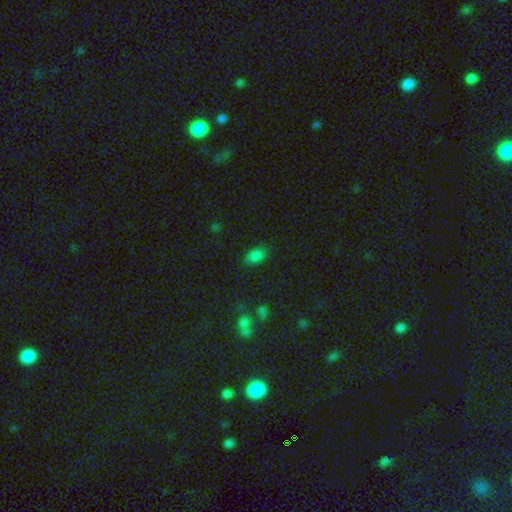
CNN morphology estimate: This is clearly a smooth galaxy (81%). How rounded: clearly in between (89%). Merging: clearly none (80%).